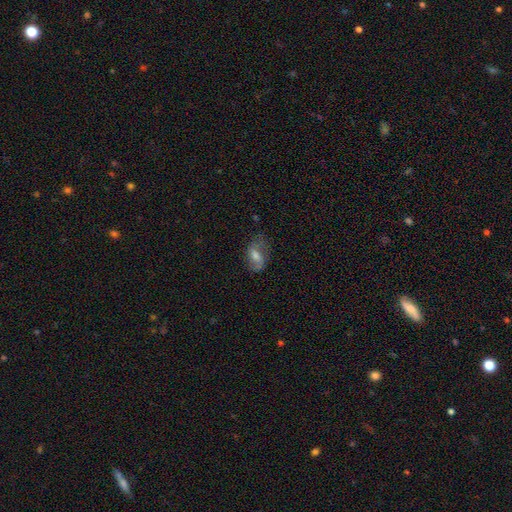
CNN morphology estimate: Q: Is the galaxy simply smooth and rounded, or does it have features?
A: featured or disk — 46%, tied with smooth.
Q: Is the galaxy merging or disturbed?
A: none — 55%.